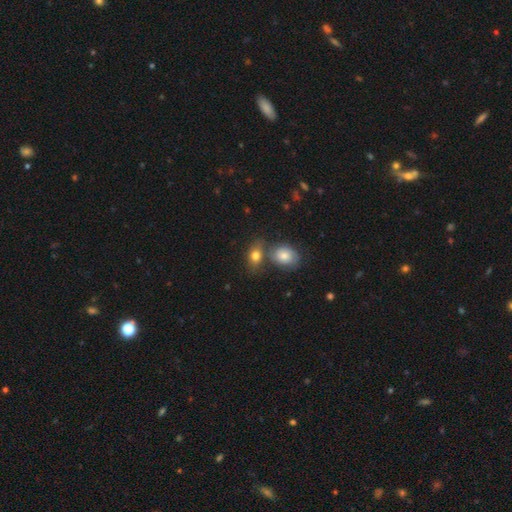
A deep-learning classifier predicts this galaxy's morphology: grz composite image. It shows a smooth galaxy with no disk features (76%) that is in between round and cigar-shaped (75%). Merging: none (50%).